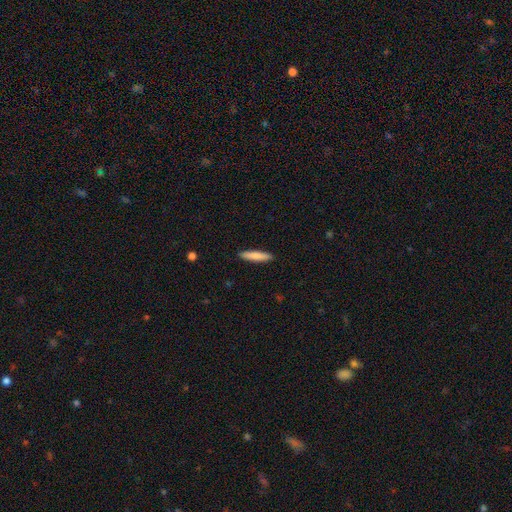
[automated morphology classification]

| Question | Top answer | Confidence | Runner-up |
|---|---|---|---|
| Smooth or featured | smooth | 80% | featured or disk (14%) |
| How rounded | cigar-shaped | 86% | in between (13%) |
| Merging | none | 91% | minor disturbance (7%) |